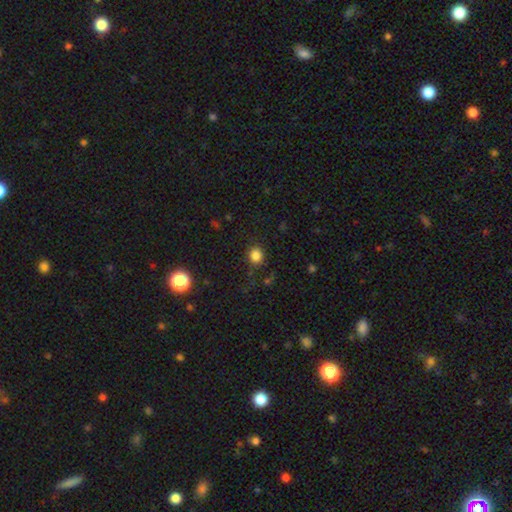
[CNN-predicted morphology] Smooth or featured? Predicted: smooth (p=0.83). How rounded? Predicted: round (p=0.83). Merging? Predicted: none (p=0.84).